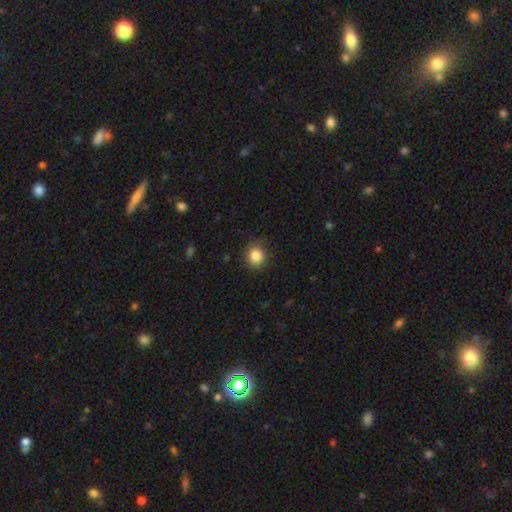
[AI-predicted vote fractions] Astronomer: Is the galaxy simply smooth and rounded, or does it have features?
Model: smooth — 85%.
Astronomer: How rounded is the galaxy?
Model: round — 83%.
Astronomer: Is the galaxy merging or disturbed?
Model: none — 84%.